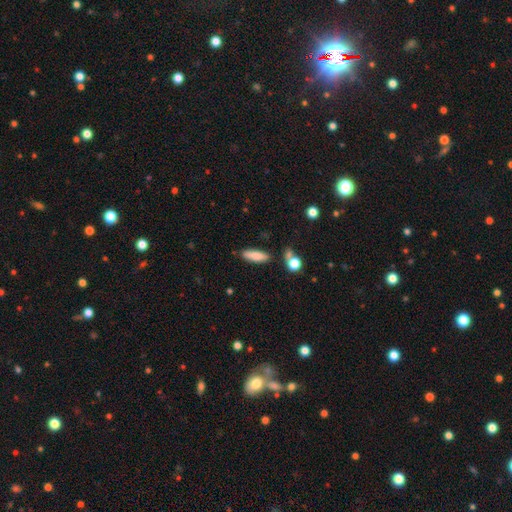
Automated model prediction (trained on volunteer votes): This is clearly a smooth galaxy (82%). How rounded: possibly cigar-shaped (53%). Merging: likely none (79%).